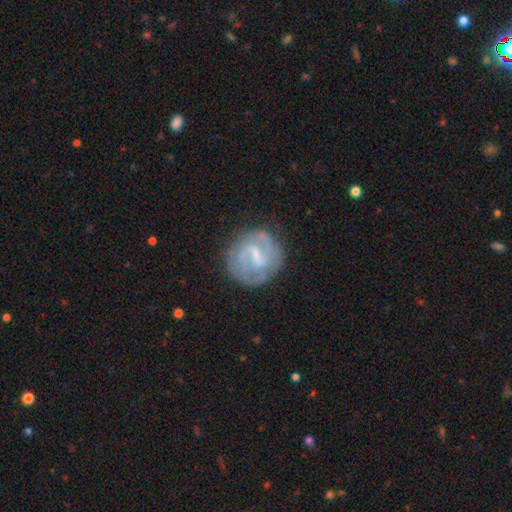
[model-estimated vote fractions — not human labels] featured or disk 75%, smooth 19%, star or artifact 6%. Down the decision tree: edge-on disk — no (98%); bar — weak (55%); spiral arms — yes (83%); spiral arm count — 2 (66%); spiral winding — medium (43%); bulge size — small (51%); merging — none (71%).